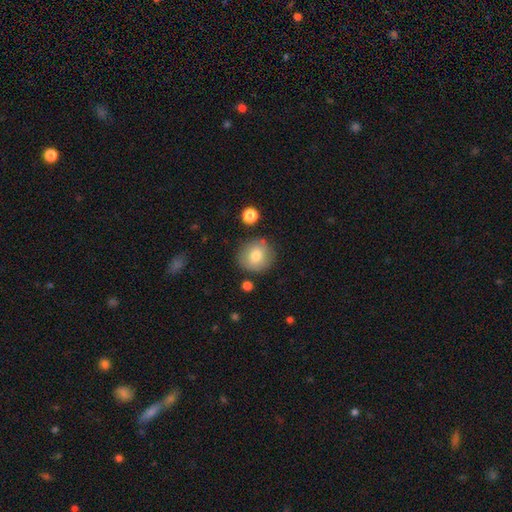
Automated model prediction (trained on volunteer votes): Smooth or featured? smooth (77%)
How rounded? round (87%)
Merging? none (81%)